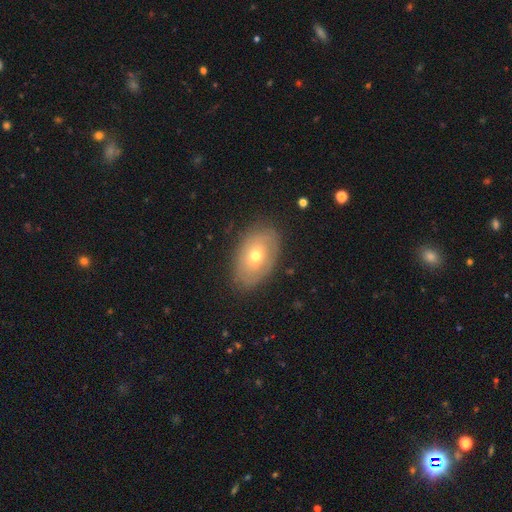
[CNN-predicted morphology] A smooth galaxy with no disk features (51%) that is in between round and cigar-shaped (87%). Merging: none (80%).